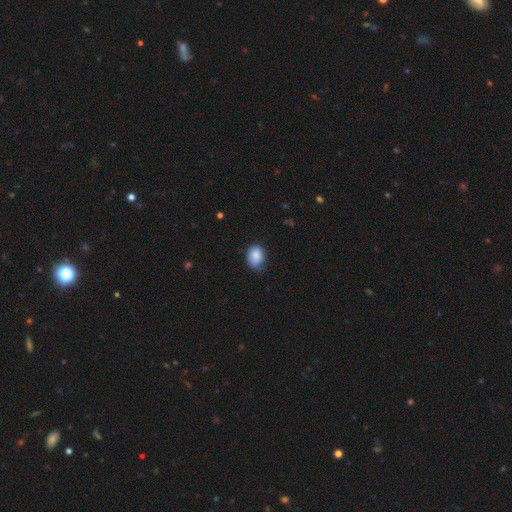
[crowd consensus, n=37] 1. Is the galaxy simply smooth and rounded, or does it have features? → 84% smooth, 14% featured or disk, 3% star or artifact.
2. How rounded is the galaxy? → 61% in between, 35% round, 3% cigar-shaped.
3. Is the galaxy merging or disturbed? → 61% none, 39% minor disturbance, 0% major disturbance, 0% merger.